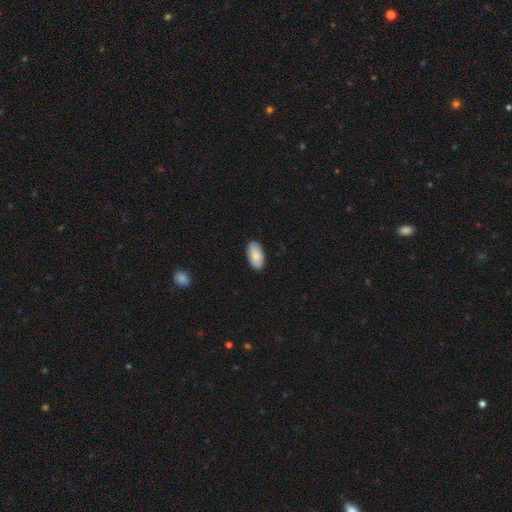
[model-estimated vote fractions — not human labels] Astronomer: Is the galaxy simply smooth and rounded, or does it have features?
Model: smooth — 80%.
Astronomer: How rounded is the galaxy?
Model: in between — 95%.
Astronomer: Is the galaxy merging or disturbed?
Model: none — 88%.